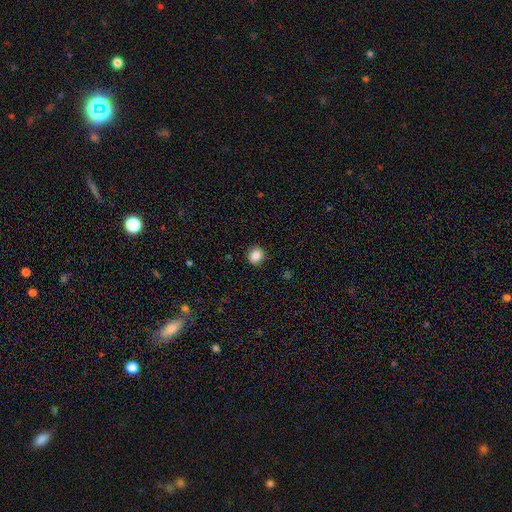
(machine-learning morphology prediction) The model was most divided on "how rounded": round: 82%, in between: 17%, cigar-shaped: 1%. More confident: merging — none (89%); smooth or featured — smooth (86%).